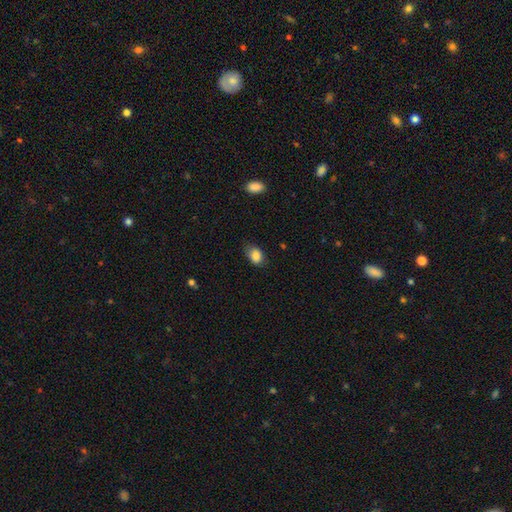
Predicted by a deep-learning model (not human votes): Smooth or featured? smooth (86%)
How rounded? in between (77%)
Merging? none (69%)